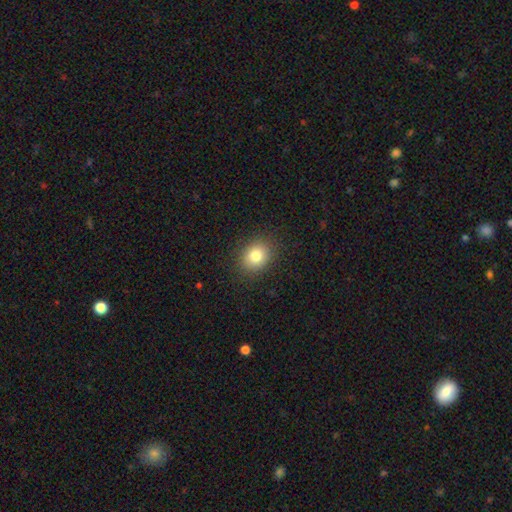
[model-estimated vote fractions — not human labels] Smooth or featured: smooth — 81% (star or artifact — 11%)
How rounded: round — 59% (in between — 40%)
Merging: none — 88% (minor disturbance — 8%)